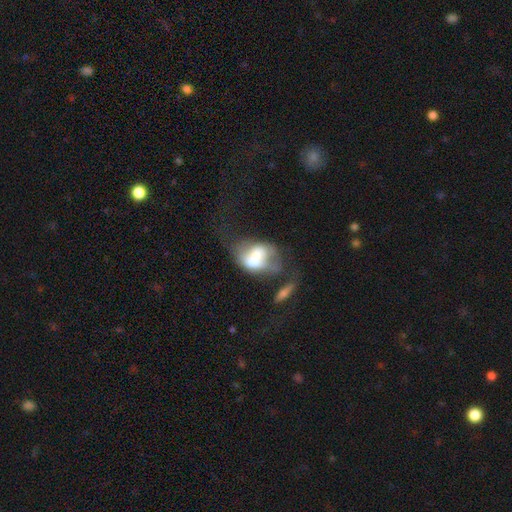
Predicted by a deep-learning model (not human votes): This is possibly a featured or disk galaxy (46%). Merging: possibly merger (51%).